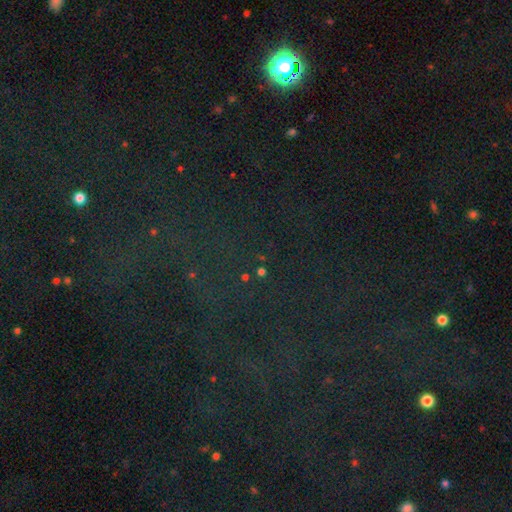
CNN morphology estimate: The model was most divided on "smooth or featured": star or artifact: 79%, smooth: 13%, featured or disk: 8%.